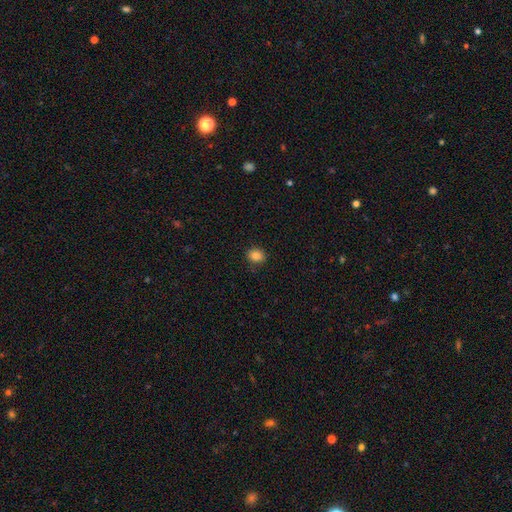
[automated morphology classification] Overall: smooth (85%). How rounded: round (75%). Merging: none (88%).